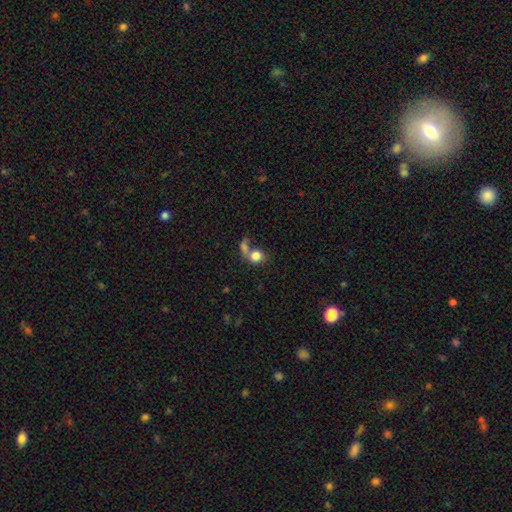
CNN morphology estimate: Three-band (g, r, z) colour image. It shows a smooth galaxy with no disk features (77%) that is round (70%). Merging: merger (51%).